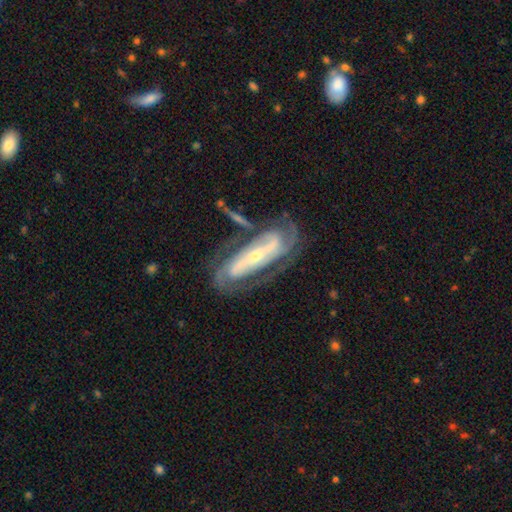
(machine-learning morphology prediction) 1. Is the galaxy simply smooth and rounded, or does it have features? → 88% featured or disk, 7% smooth, 5% star or artifact.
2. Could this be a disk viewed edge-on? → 90% no, 10% yes.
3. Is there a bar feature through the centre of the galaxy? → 60% strong, 21% weak, 20% no.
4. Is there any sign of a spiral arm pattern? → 96% yes, 4% no.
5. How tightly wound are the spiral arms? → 53% tight, 37% medium, 10% loose.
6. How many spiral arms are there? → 67% 2, 12% can't tell, 12% 3, 4% 4, 3% 1, 2% more than 4.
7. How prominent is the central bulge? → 69% small, 26% moderate, 2% large, 1% none, 1% dominant.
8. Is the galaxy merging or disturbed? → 66% none, 16% minor disturbance, 10% major disturbance, 7% merger.